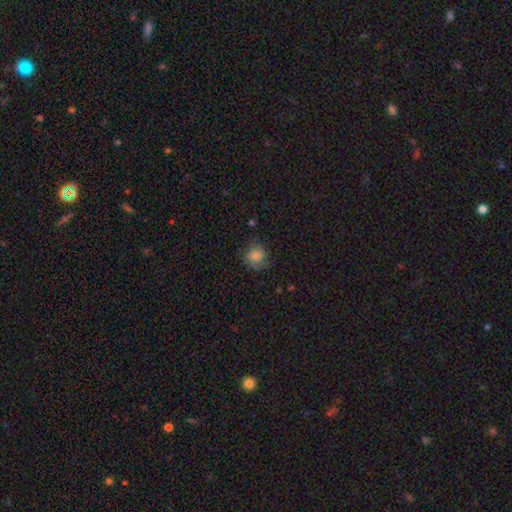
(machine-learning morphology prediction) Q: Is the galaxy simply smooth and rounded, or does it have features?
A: smooth — 78%.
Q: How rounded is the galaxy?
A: round — 84%.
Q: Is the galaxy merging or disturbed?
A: none — 70%.